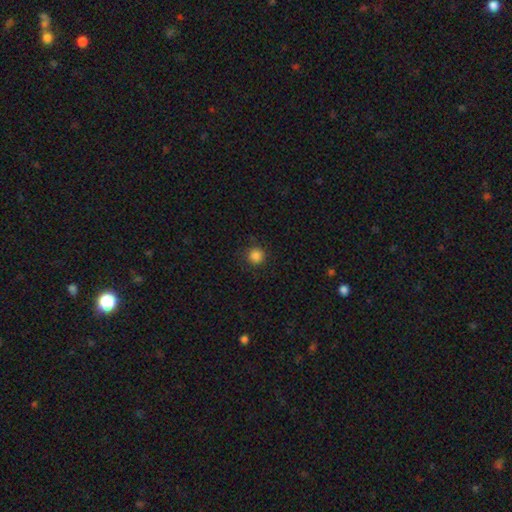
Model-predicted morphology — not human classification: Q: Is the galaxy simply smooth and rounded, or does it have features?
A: smooth — 85%.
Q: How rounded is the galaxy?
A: round — 95%.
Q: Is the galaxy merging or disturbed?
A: none — 88%.